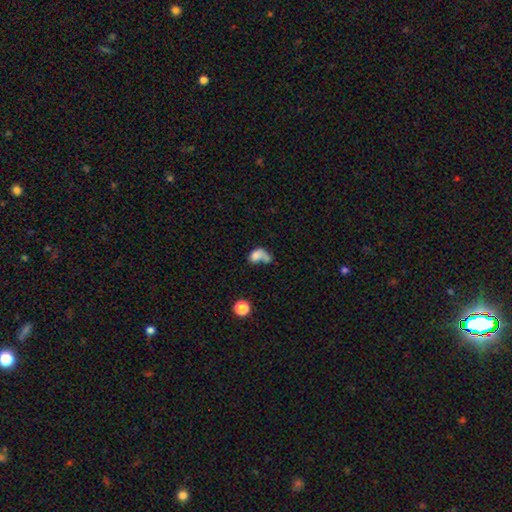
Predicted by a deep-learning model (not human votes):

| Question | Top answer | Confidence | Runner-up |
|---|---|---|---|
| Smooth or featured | smooth | 69% | featured or disk (19%) |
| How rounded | in between | 75% | round (23%) |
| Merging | merger | 41% | major disturbance (25%) |